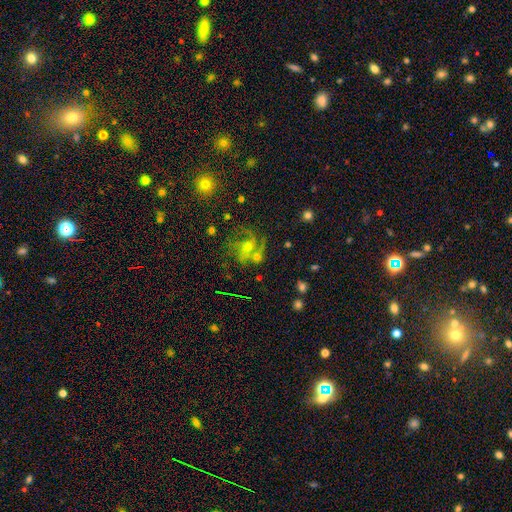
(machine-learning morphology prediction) Q: Smooth or featured?
A: featured or disk (66%); runner-up: star or artifact (19%)
Q: Edge-on disk?
A: no (97%); runner-up: yes (3%)
Q: Bar?
A: no (63%); runner-up: weak (28%)
Q: Spiral arms?
A: yes (90%); runner-up: no (10%)
Q: Spiral winding?
A: medium (48%); runner-up: tight (30%)
Q: Spiral arm count?
A: 3 (33%); runner-up: 2 (26%)
Q: Bulge size?
A: moderate (52%); runner-up: small (39%)
Q: Merging?
A: none (57%); runner-up: merger (15%)